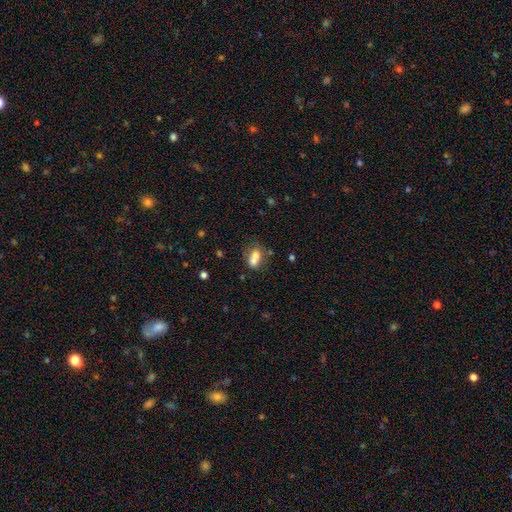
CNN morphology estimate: This appears to be a smooth galaxy with no disk features (69%) that is in between round and cigar-shaped (66%). Merging: merger (56%).